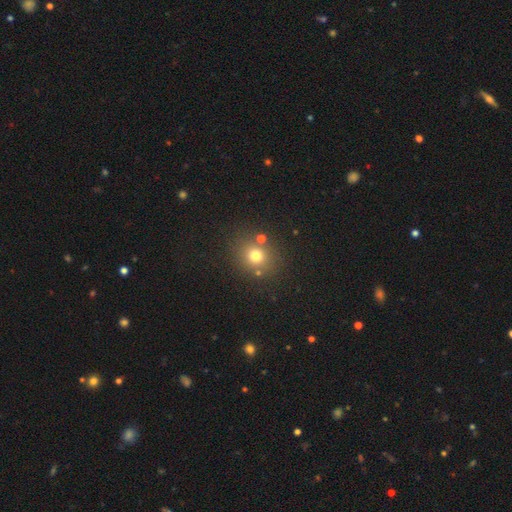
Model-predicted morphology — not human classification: A smooth galaxy with no disk features (72%) that is round (80%). Merging: none (78%).